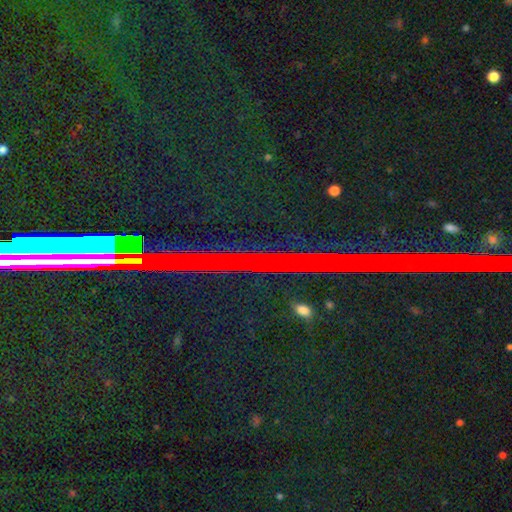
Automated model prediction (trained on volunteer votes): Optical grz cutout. It shows a star or artifact, not a galaxy (85%).